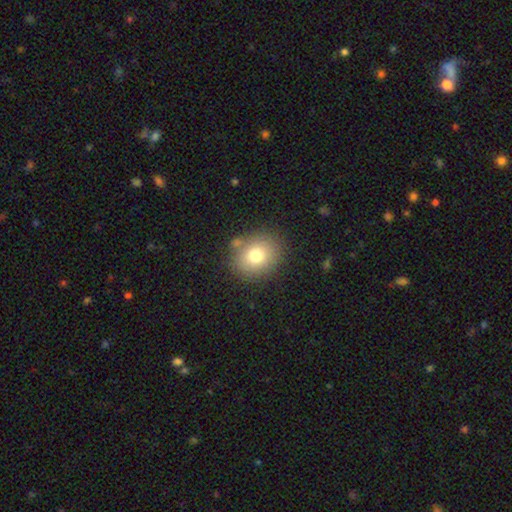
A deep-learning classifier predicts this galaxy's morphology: Smooth or featured? Predicted: smooth (p=0.76). How rounded? Predicted: round (p=0.66). Merging? Predicted: none (p=0.80).